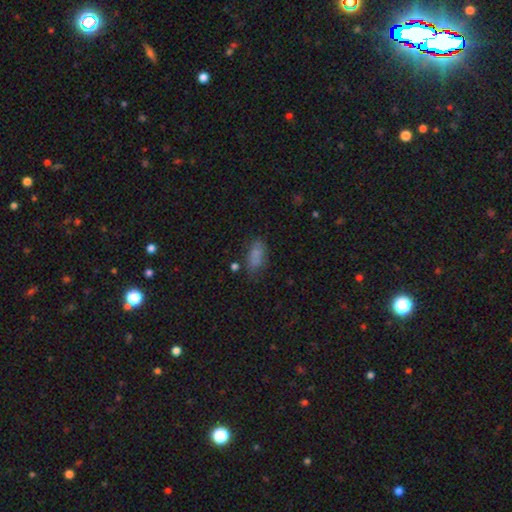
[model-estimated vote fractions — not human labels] smooth 79%, star or artifact 12%, featured or disk 9%. Down the decision tree: how rounded — in between (86%); merging — none (62%).